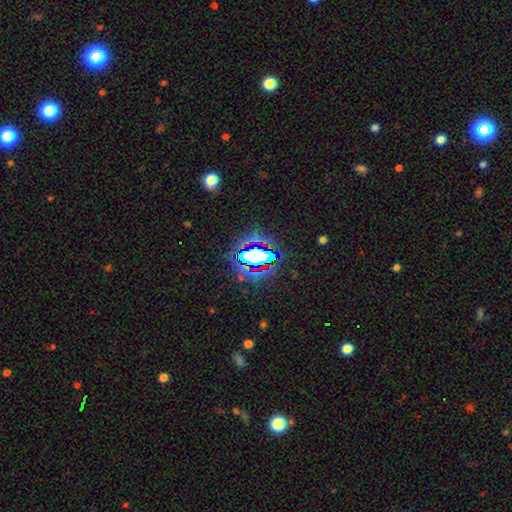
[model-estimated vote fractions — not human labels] This appears to be a star or artifact, not a galaxy (63%).